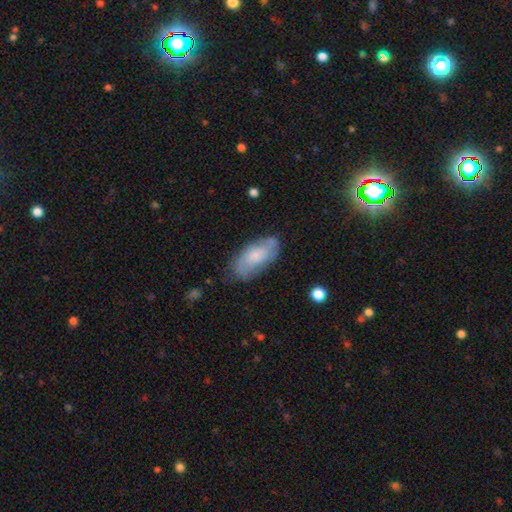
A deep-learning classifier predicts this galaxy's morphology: Smooth or featured: smooth — 51% (featured or disk — 42%)
How rounded: in between — 88% (cigar-shaped — 9%)
Merging: none — 68% (minor disturbance — 23%)